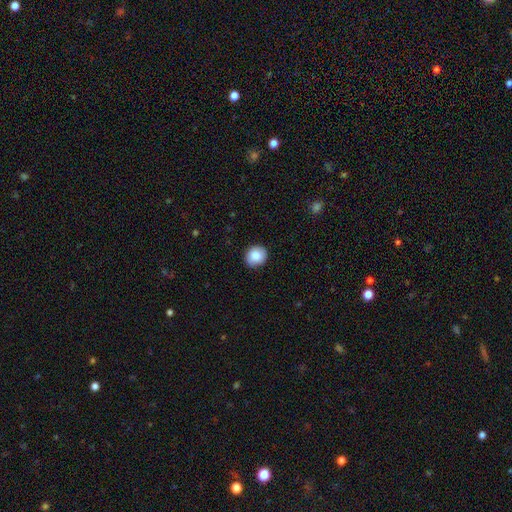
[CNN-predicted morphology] Overall: smooth (85%). How rounded: round (76%). Merging: none (88%).